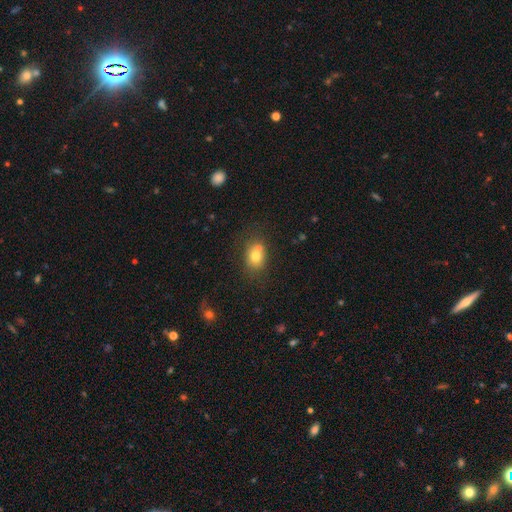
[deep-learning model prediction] smooth 76%, featured or disk 13%, star or artifact 11%. Down the decision tree: how rounded — in between (56%); merging — none (59%).